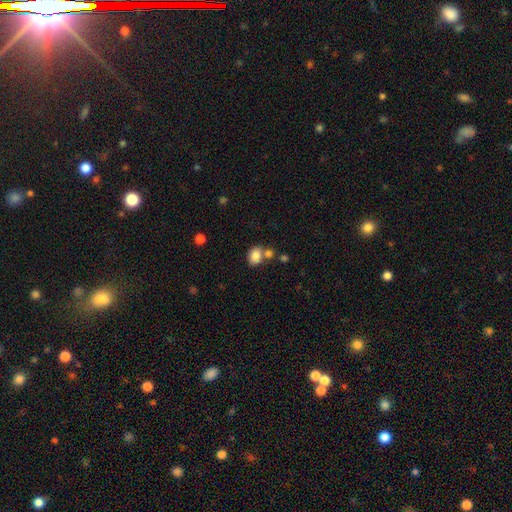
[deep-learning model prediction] Smooth or featured: smooth — 83% (star or artifact — 9%)
How rounded: in between — 59% (round — 40%)
Merging: none — 55% (merger — 28%)